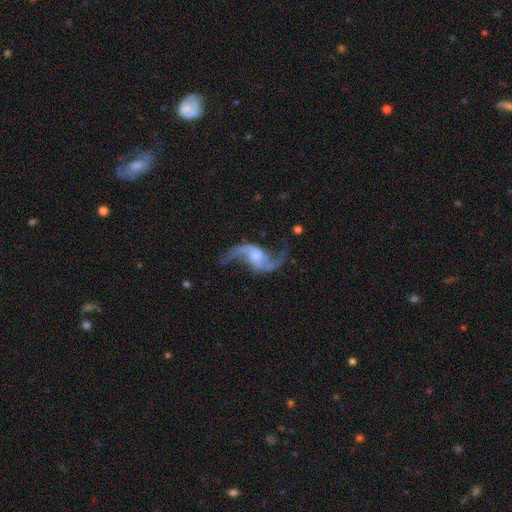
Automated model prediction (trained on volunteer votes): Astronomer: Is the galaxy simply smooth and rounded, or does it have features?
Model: featured or disk — 91%.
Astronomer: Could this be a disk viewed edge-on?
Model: no — 97%.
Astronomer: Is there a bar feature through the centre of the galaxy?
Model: no — 49% (runner-up: weak, 38%).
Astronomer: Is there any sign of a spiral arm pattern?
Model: yes — 97%.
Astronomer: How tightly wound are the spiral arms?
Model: loose — 82%.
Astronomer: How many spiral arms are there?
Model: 2 — 94%.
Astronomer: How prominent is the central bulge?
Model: moderate — 56% (runner-up: small, 33%).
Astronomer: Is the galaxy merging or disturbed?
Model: none — 75%.